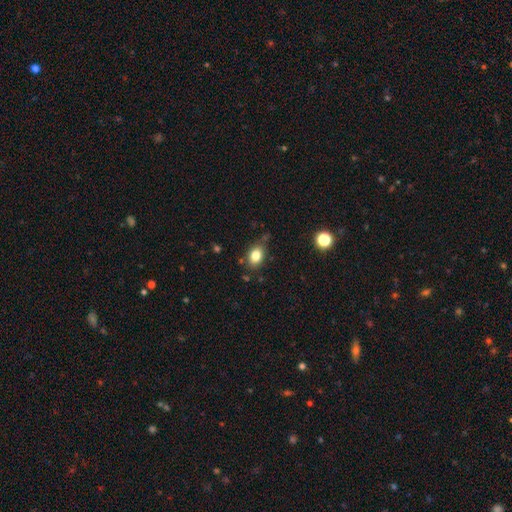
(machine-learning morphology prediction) A smooth galaxy with no disk features (82%) that is in between round and cigar-shaped (73%). Merging: none (74%).